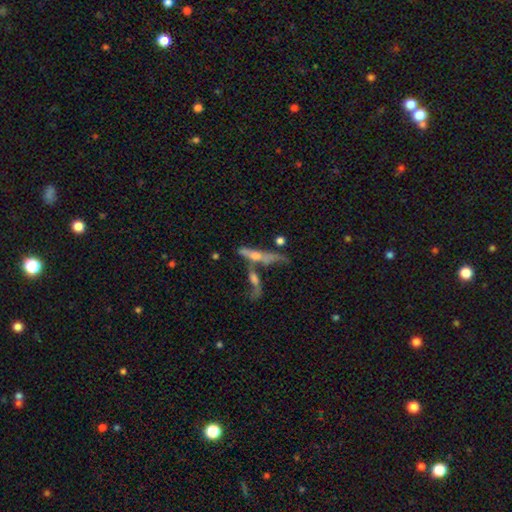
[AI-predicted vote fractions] This appears to be a featured or disk galaxy (59%) viewed edge-on (69%). Merging: merger (42%).